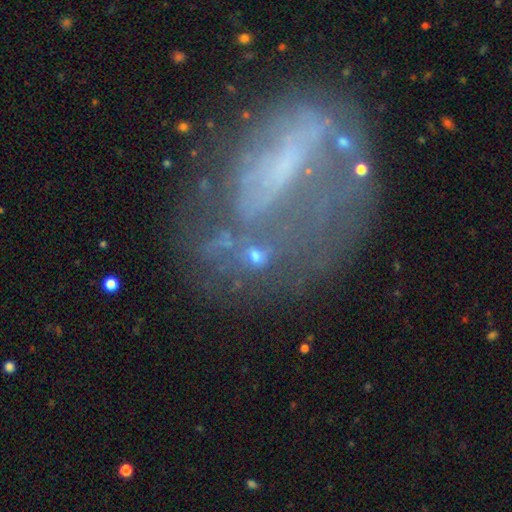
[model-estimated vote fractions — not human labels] Q: Smooth or featured?
A: featured or disk (46%); runner-up: star or artifact (31%)
Q: Merging?
A: none (47%); runner-up: merger (18%)